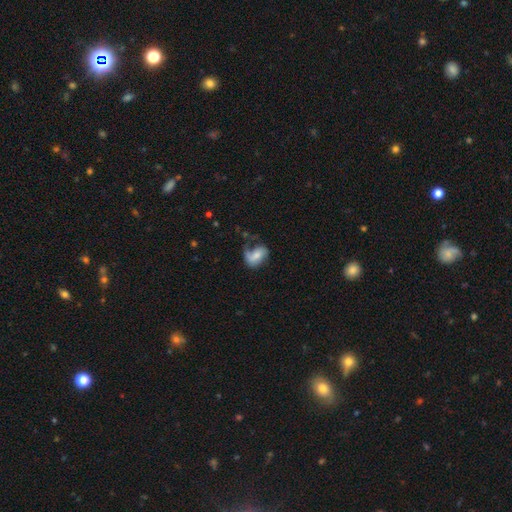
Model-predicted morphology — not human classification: Smooth or featured? Predicted: smooth (p=0.49). Merging? Predicted: none (p=0.35).